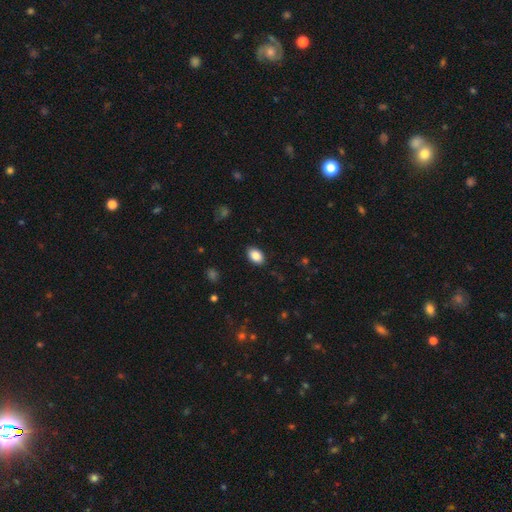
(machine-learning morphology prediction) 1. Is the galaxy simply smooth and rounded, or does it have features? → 86% smooth, 8% star or artifact, 6% featured or disk.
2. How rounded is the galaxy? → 88% in between, 11% round, 1% cigar-shaped.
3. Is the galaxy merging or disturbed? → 88% none, 9% minor disturbance, 2% major disturbance, 1% merger.